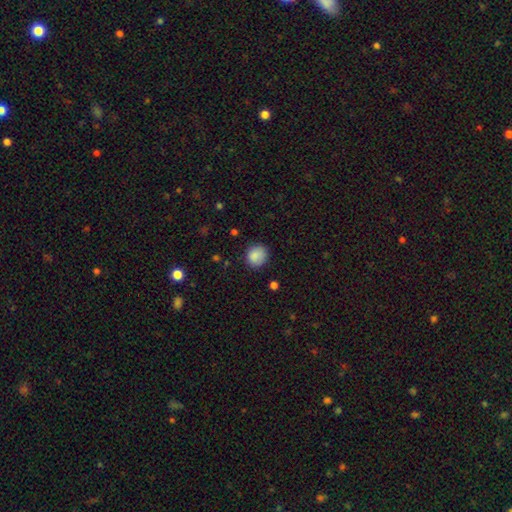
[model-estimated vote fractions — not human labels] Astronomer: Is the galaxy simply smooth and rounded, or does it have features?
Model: smooth — 87%.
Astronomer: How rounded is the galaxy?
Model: round — 84%.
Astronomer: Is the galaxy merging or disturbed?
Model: none — 81%.